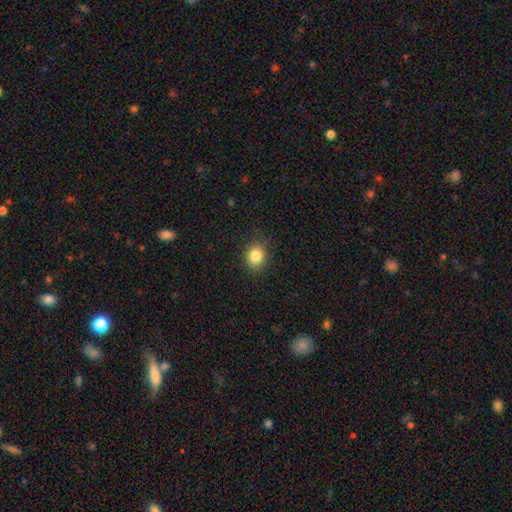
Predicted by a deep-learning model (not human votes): smooth_or_featured: smooth (p=0.84) [alt: star or artifact p=0.10]
how_rounded: round (p=0.69) [alt: in between p=0.30]
merging: none (p=0.86) [alt: minor disturbance p=0.10]